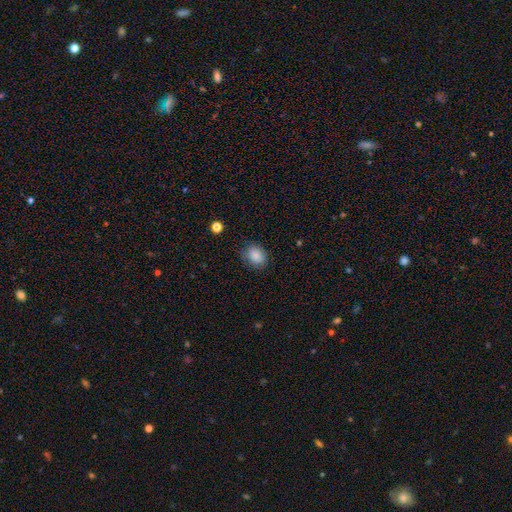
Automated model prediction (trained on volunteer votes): The model was most divided on "how rounded": in between: 57%, round: 43%, cigar-shaped: 1%. More confident: smooth or featured — smooth (86%); merging — none (76%).